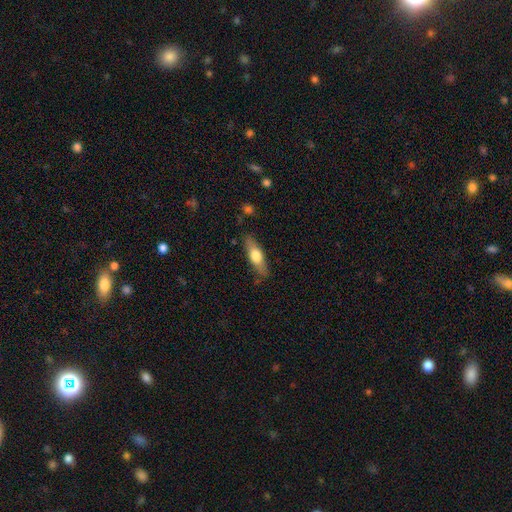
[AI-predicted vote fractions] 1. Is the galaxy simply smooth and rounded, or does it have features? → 57% smooth, 37% featured or disk, 6% star or artifact.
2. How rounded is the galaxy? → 49% cigar-shaped, 48% in between, 3% round.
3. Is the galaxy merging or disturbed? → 82% none, 13% minor disturbance, 3% major disturbance, 2% merger.